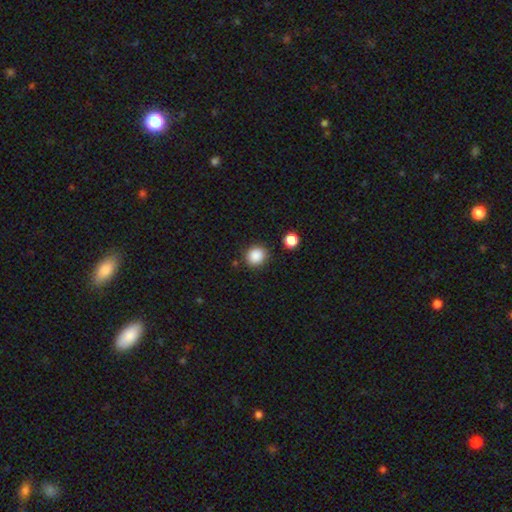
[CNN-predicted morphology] The model was most divided on "how rounded": round: 84%, in between: 15%, cigar-shaped: 1%. More confident: smooth or featured — smooth (87%); merging — none (86%).